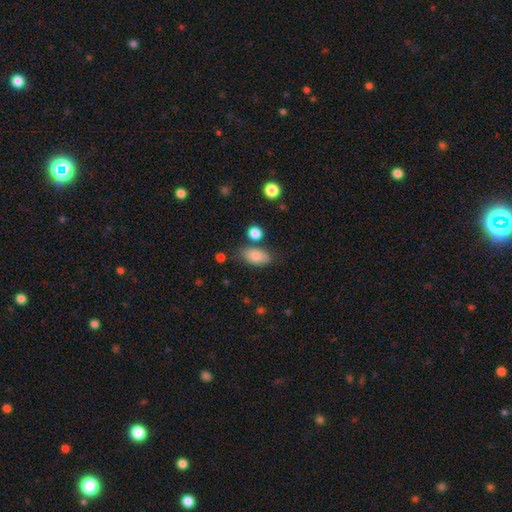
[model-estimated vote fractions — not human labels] A smooth galaxy with no disk features (81%) that is in between round and cigar-shaped (90%).

Vote fractions:
- Smooth or featured? smooth: 81% / featured or disk: 11% / star or artifact: 8%
- How rounded? in between: 90% / round: 6% / cigar-shaped: 3%
- Merging? none: 73% / minor disturbance: 16% / merger: 7% / major disturbance: 4%